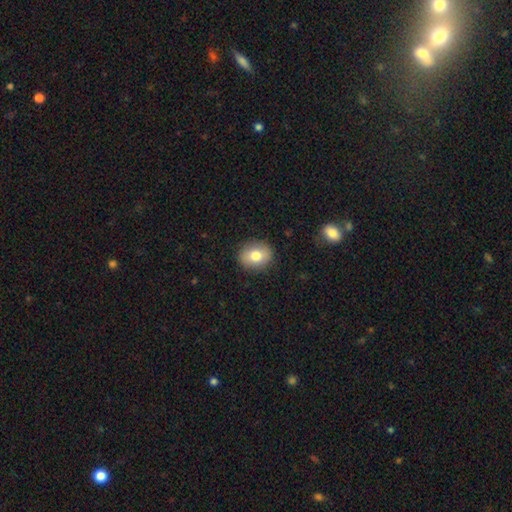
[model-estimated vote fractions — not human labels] This is likely a smooth galaxy (77%). How rounded: possibly round (54%). Merging: clearly none (88%).